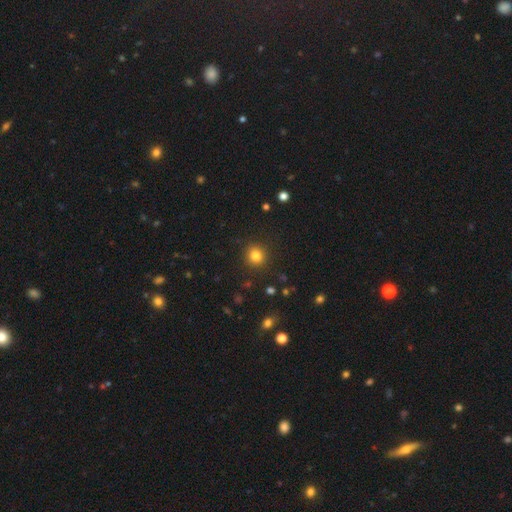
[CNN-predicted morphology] smooth-or-featured: smooth: 81% | star or artifact: 13% | featured or disk: 6%
  how-rounded: round: 92% | in between: 7% | cigar-shaped: 1%
  merging: none: 91% | minor disturbance: 6% | major disturbance: 2% | merger: 1%